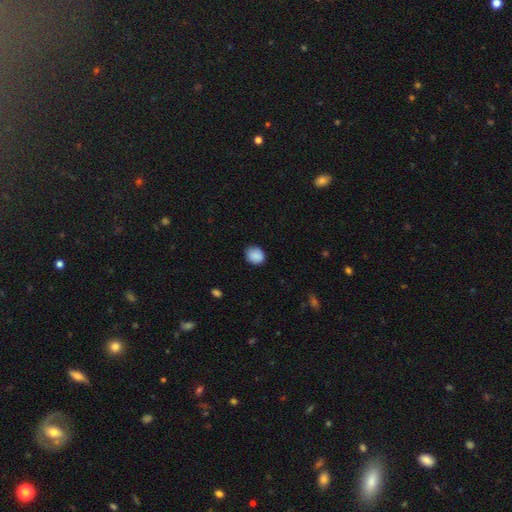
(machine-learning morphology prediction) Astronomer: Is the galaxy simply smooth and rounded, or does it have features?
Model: smooth — 88%.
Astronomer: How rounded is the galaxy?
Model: round — 71%.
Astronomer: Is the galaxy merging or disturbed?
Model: none — 83%.